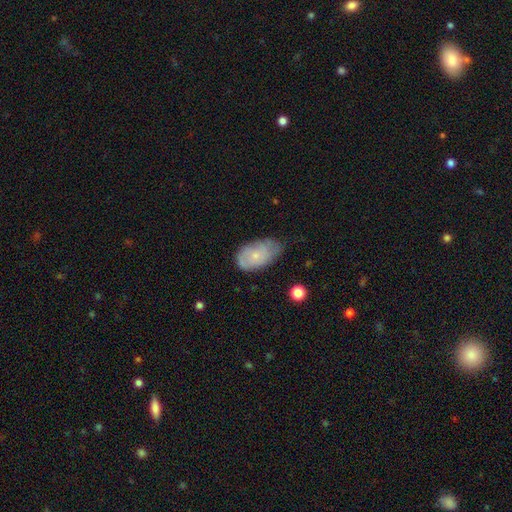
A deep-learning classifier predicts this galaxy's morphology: type=smooth (59%); roundness=in between (91%); merging=none (48%).